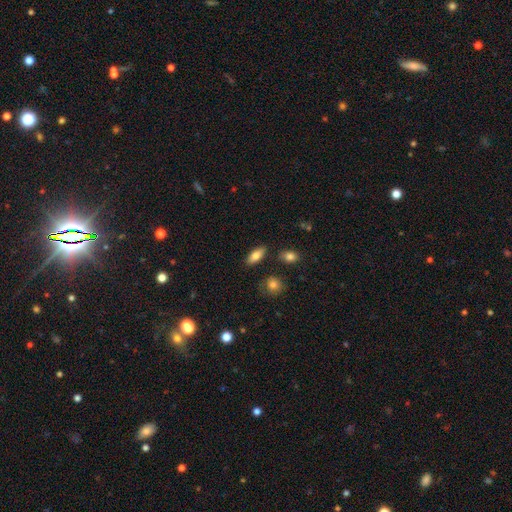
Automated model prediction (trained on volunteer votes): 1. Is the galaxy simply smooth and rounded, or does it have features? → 79% smooth, 14% featured or disk, 7% star or artifact.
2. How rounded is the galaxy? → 82% in between, 14% cigar-shaped, 3% round.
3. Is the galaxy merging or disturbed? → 84% none, 10% minor disturbance, 3% merger, 3% major disturbance.